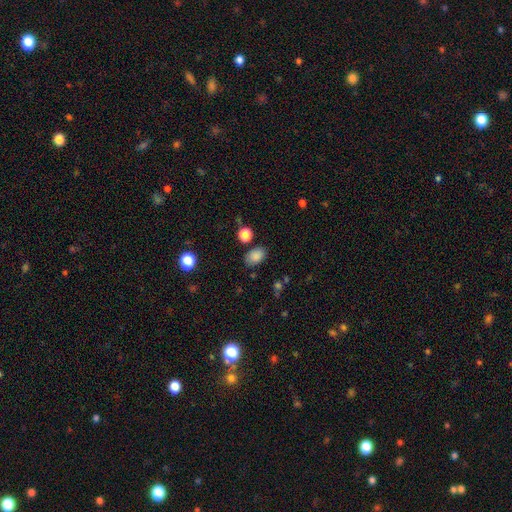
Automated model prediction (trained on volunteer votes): Morphology: type=smooth (85%); roundness=in between (83%); merging=none (79%).